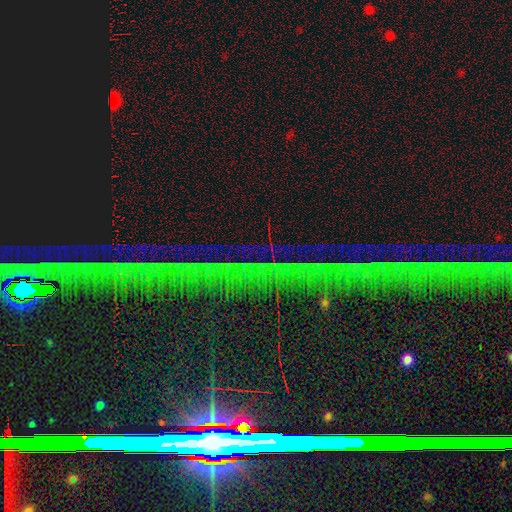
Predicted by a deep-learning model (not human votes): Smooth or featured: star or artifact — 82% (featured or disk — 11%)